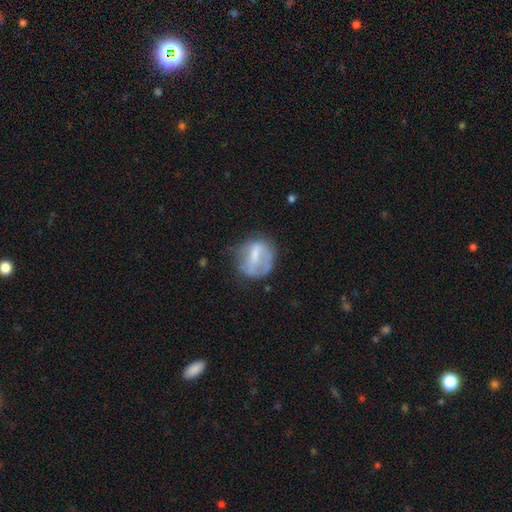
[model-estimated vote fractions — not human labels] Overall: featured or disk (46%; smooth 45%). Merging: none (51%; minor disturbance 26%).